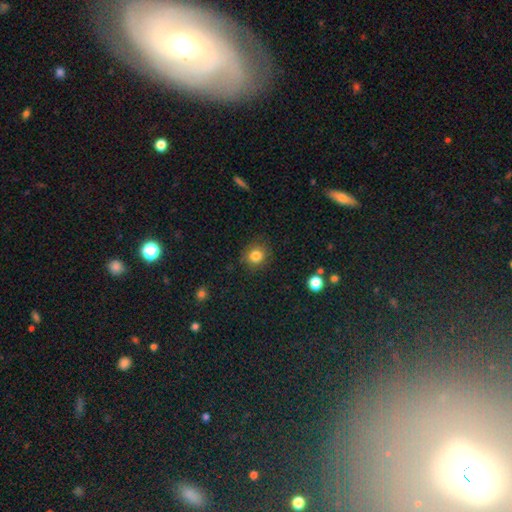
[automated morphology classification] Smooth or featured? smooth (83%)
How rounded? round (85%)
Merging? none (86%)